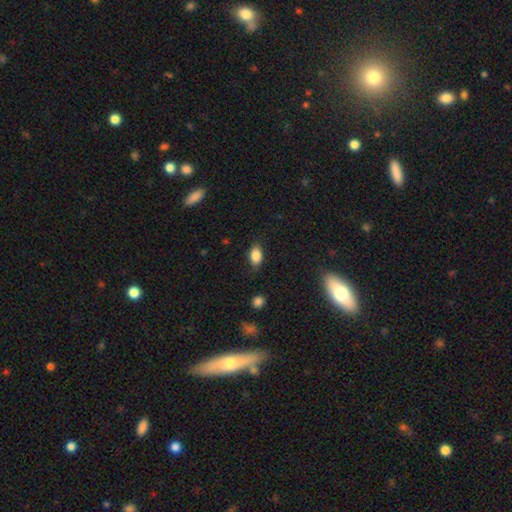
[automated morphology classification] smooth_or_featured: smooth (p=0.86) [alt: star or artifact p=0.08]
how_rounded: in between (p=0.85) [alt: round p=0.13]
merging: none (p=0.80) [alt: minor disturbance p=0.15]